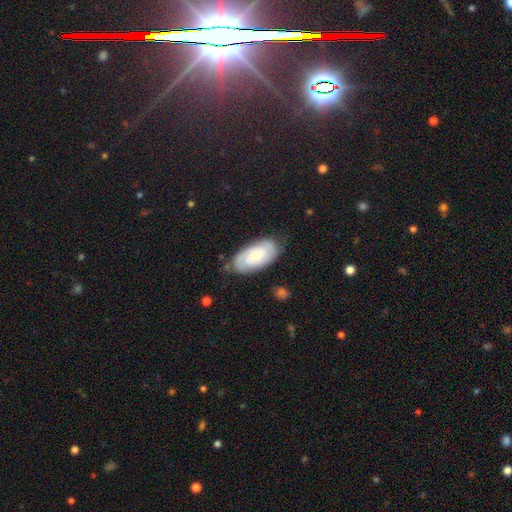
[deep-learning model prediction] This is likely a featured or disk galaxy (64%). It is clearly not viewed edge-on (94%). Bar: likely no (67%). Spiral arm pattern: clearly yes (87%). Spiral arm count: possibly 2 (48%). Spiral winding: likely tight (68%). Central bulge: possibly moderate (50%). Merging: likely none (77%).